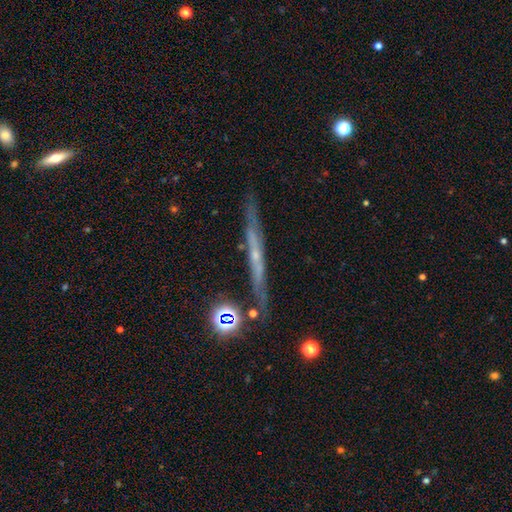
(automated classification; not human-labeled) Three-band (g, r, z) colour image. It shows a featured or disk galaxy (64%) viewed edge-on (93%) with no central bulge (67%). Merging: none (83%).